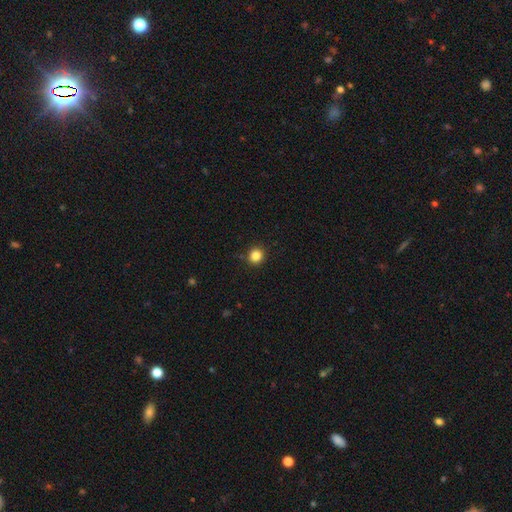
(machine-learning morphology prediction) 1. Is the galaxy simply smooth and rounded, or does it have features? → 84% smooth, 12% star or artifact, 4% featured or disk.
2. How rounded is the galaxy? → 92% round, 8% in between, 1% cigar-shaped.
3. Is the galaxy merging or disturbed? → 91% none, 6% minor disturbance, 2% major disturbance, 1% merger.